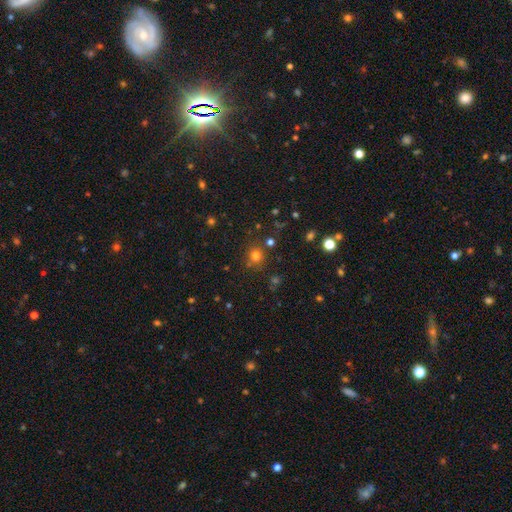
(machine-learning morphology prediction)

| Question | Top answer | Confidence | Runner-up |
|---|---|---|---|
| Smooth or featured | smooth | 73% | star or artifact (20%) |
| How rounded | round | 88% | in between (11%) |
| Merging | none | 78% | minor disturbance (11%) |